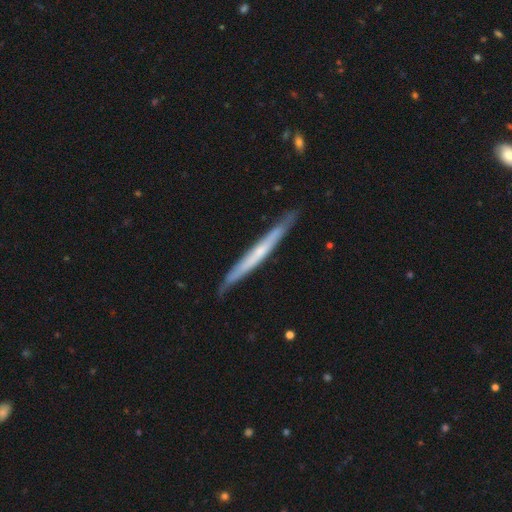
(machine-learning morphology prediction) type=featured or disk (64%); edge-on=yes (94%); edge-on bulge=none (70%); merging=none (86%).